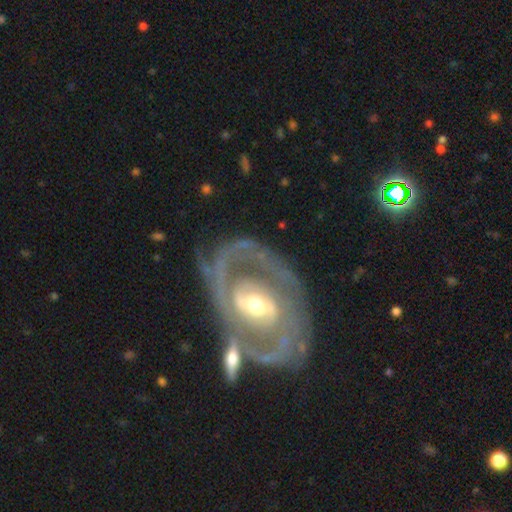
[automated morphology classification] A featured or disk galaxy (87%) with no bar (50%), 2 (62%) tight (55%) spiral arms (87%) and a moderate central bulge (50%). Merging: none (62%).